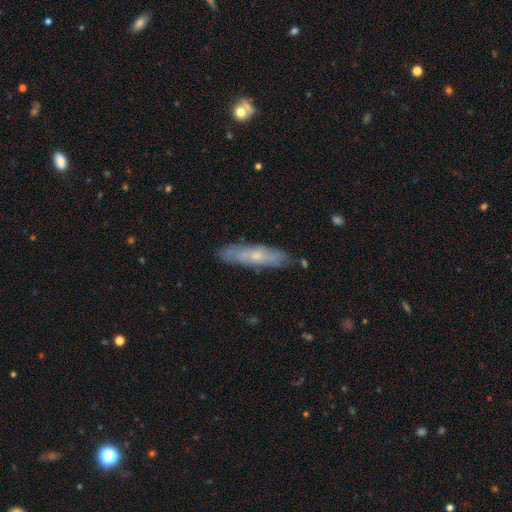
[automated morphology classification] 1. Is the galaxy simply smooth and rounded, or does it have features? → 47% featured or disk (tied), 47% smooth (tied), 7% star or artifact.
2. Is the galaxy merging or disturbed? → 79% none, 16% minor disturbance, 3% major disturbance, 2% merger.